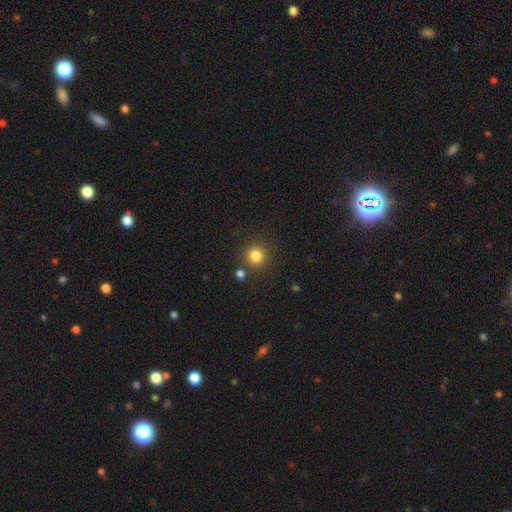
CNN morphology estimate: smooth-or-featured: smooth: 83% | star or artifact: 12% | featured or disk: 5%
  how-rounded: round: 94% | in between: 6% | cigar-shaped: 1%
  merging: none: 84% | minor disturbance: 7% | merger: 6% | major disturbance: 3%